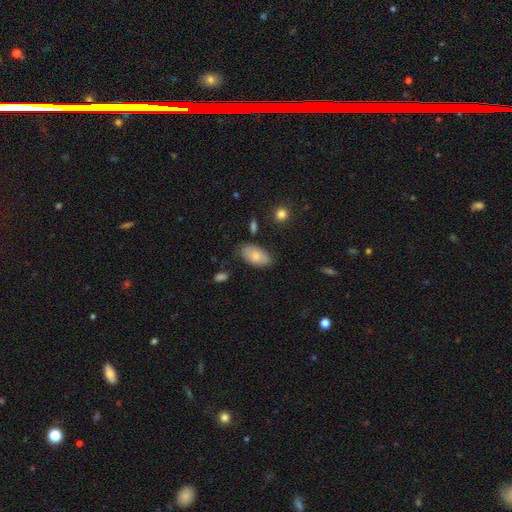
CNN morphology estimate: Smooth or featured?
  - smooth: 76% *
  - featured or disk: 17%
  - star or artifact: 7%
How rounded?
  - in between: 94% *
  - round: 4%
  - cigar-shaped: 2%
Merging?
  - none: 75% *
  - minor disturbance: 19%
  - major disturbance: 4%
  - merger: 3%